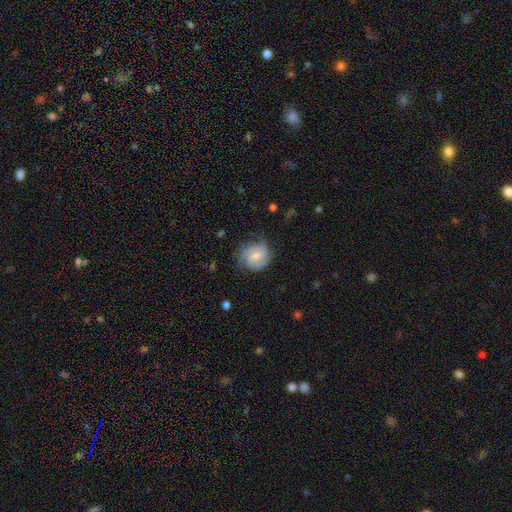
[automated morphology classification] The model was most divided on "bulge size": small: 46%, moderate: 44%, none: 6%, large: 3%, dominant: 1%. Remaining: edge-on disk — no (97%); spiral arms — yes (90%); merging — none (64%); smooth or featured — featured or disk (61%); spiral winding — tight (49%); bar — weak (48%); spiral arm count — 2 (44%).